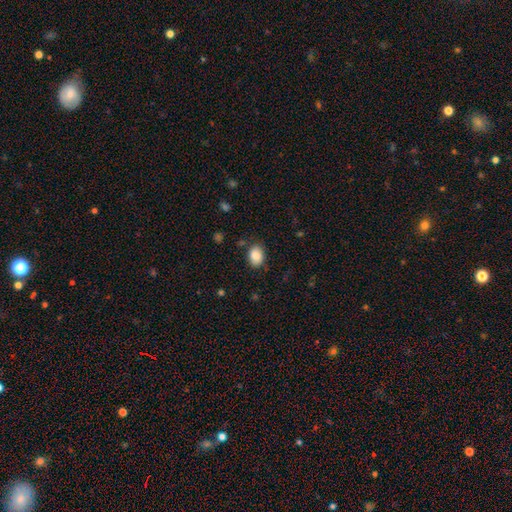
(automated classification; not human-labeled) smooth 85%, star or artifact 8%, featured or disk 7%. Down the decision tree: how rounded — in between (77%); merging — none (83%).